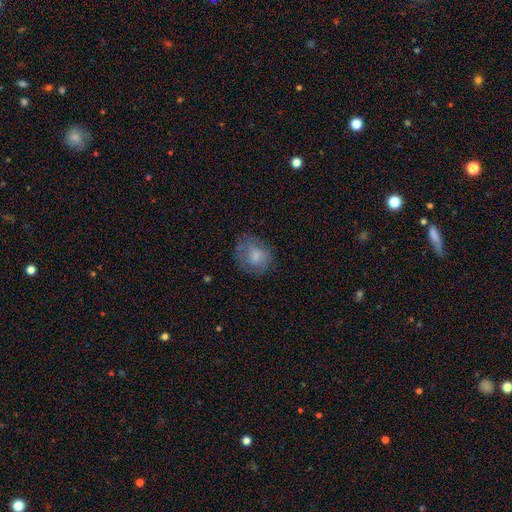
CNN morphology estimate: A smooth galaxy with no disk features (68%) that is round (62%).

Vote fractions:
- Smooth or featured? smooth: 68% / featured or disk: 24% / star or artifact: 9%
- How rounded? round: 62% / in between: 37% / cigar-shaped: 1%
- Merging? none: 62% / minor disturbance: 24% / major disturbance: 13% / merger: 1%